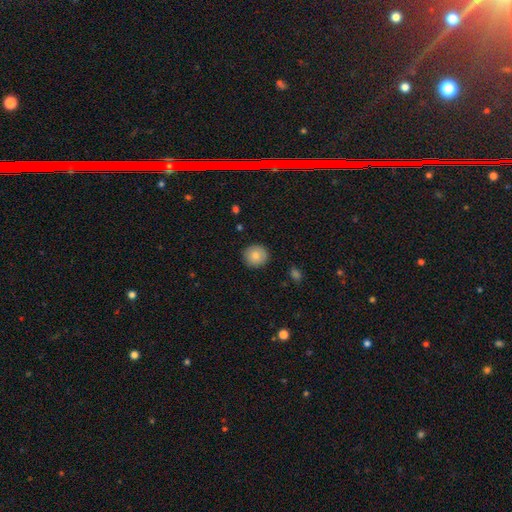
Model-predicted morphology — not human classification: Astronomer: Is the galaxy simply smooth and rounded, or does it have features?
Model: smooth — 81%.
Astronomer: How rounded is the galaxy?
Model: round — 90%.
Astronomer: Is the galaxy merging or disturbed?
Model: none — 90%.